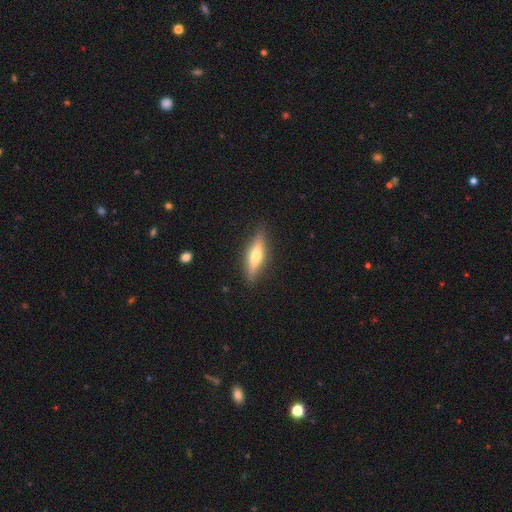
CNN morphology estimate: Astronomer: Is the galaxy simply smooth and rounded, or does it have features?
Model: smooth — 47%, tied with featured or disk at 47%.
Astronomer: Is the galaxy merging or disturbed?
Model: none — 87%.